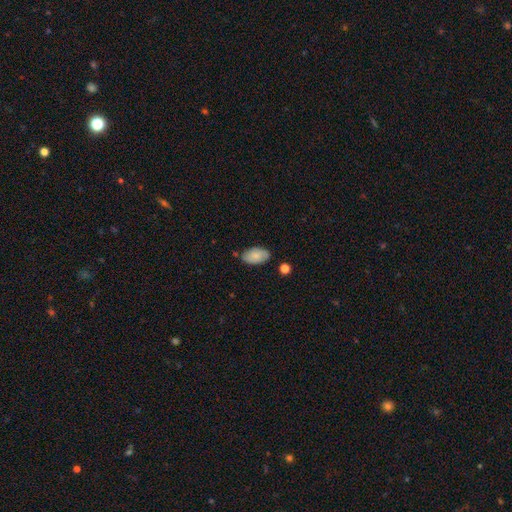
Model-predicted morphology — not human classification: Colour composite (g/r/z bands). It shows a smooth galaxy with no disk features (75%) that is in between round and cigar-shaped (94%). Merging: none (76%).